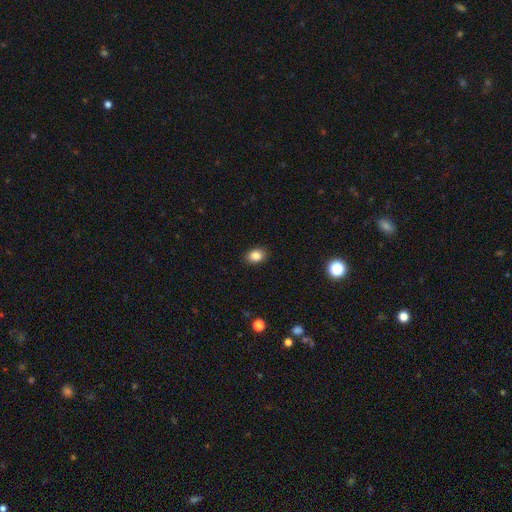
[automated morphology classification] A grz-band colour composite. It shows a smooth galaxy with no disk features (86%) that is in between round and cigar-shaped (71%). Merging: none (90%).